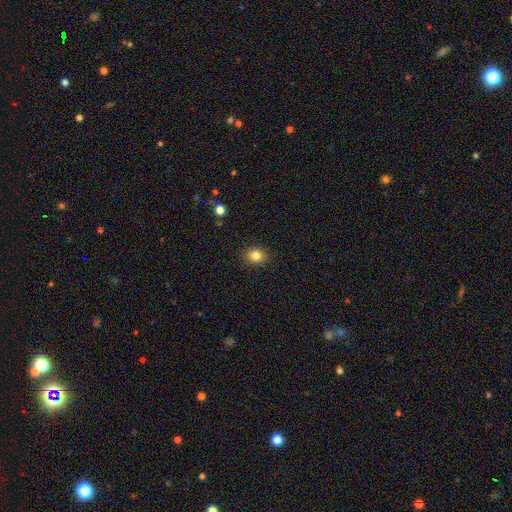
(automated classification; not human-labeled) This appears to be a smooth galaxy with no disk features (82%) that is round (68%). Merging: none (90%).